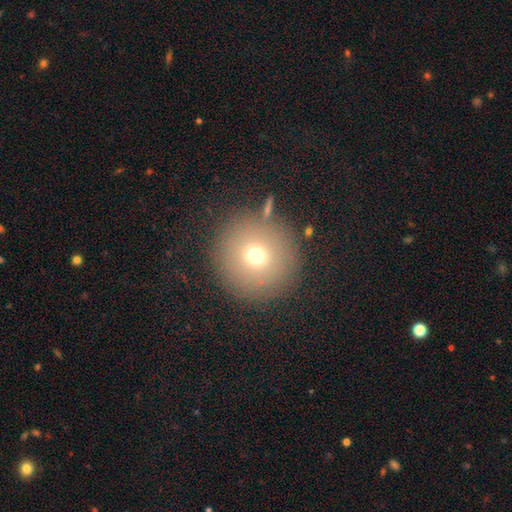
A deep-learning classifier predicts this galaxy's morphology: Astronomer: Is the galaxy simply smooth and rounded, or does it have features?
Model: smooth — 70%.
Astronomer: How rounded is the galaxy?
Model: round — 95%.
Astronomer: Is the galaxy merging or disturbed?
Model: none — 84%.